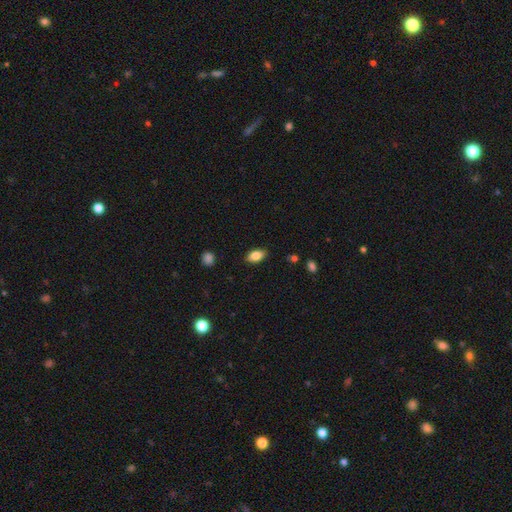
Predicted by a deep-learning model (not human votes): smooth 83%, featured or disk 9%, star or artifact 8%. Down the decision tree: how rounded — in between (90%); merging — none (87%).